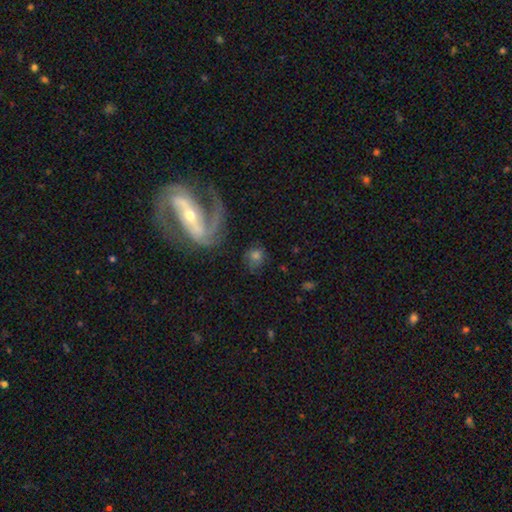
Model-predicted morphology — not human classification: Smooth or featured? Predicted: featured or disk (p=0.46). Merging? Predicted: none (p=0.67).